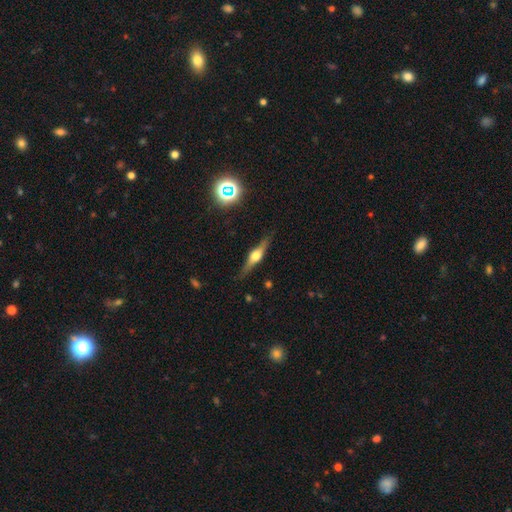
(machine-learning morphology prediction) Smooth or featured: featured or disk — 71% (smooth — 22%)
Edge-on disk: yes — 97% (no — 3%)
Edge-on bulge: rounded — 94% (boxy — 5%)
Merging: none — 87% (minor disturbance — 10%)